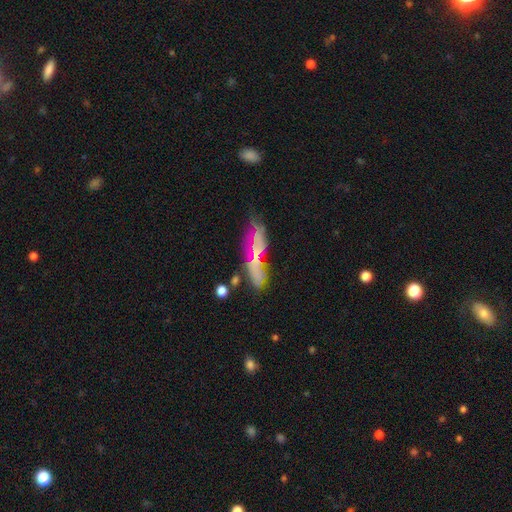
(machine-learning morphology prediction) smooth-or-featured: featured or disk: 54% | smooth: 34% | star or artifact: 12%
  disk-edge-on: no: 60% | yes: 40%
  merging: none: 46% | minor disturbance: 23% | major disturbance: 18% | merger: 14%